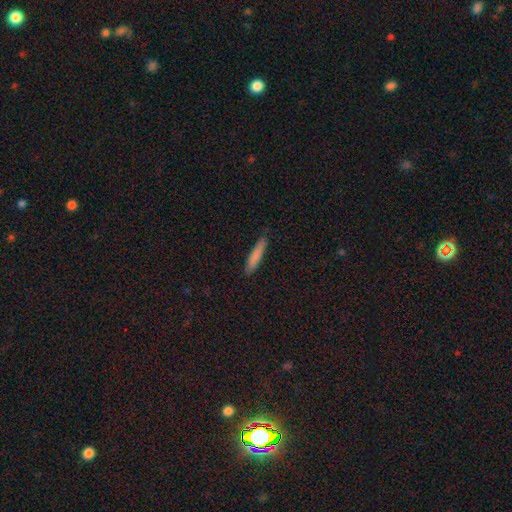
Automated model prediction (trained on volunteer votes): A smooth galaxy with no disk features (83%) that is cigar-shaped (89%).

Vote fractions:
- Smooth or featured? smooth: 83% / featured or disk: 11% / star or artifact: 7%
- How rounded? cigar-shaped: 89% / in between: 9% / round: 1%
- Merging? none: 87% / minor disturbance: 10% / major disturbance: 2% / merger: 1%